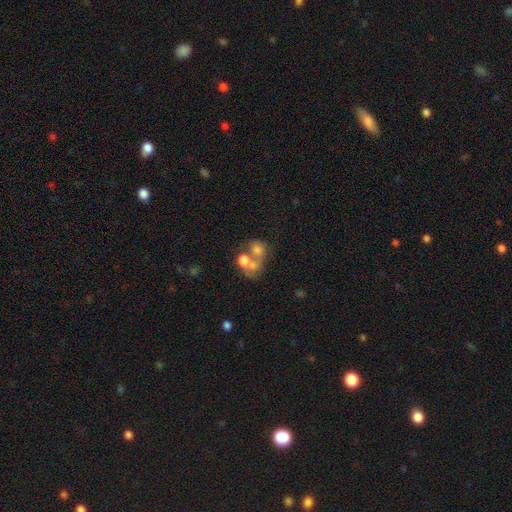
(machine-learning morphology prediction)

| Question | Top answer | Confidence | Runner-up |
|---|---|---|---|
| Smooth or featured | smooth | 46% | featured or disk (36%) |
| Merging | merger | 61% | none (23%) |